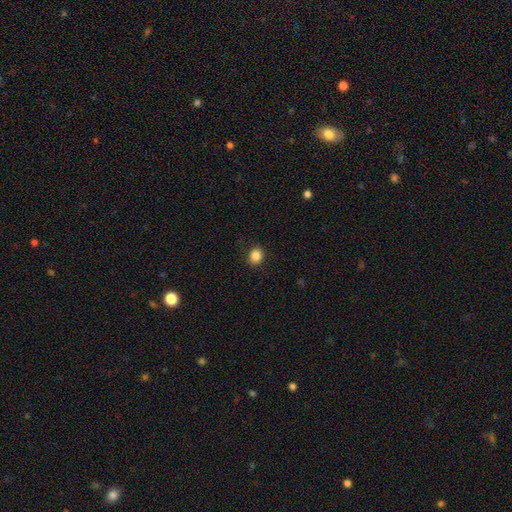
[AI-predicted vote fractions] Smooth or featured? Predicted: smooth (p=0.86). How rounded? Predicted: round (p=0.60). Merging? Predicted: none (p=0.88).